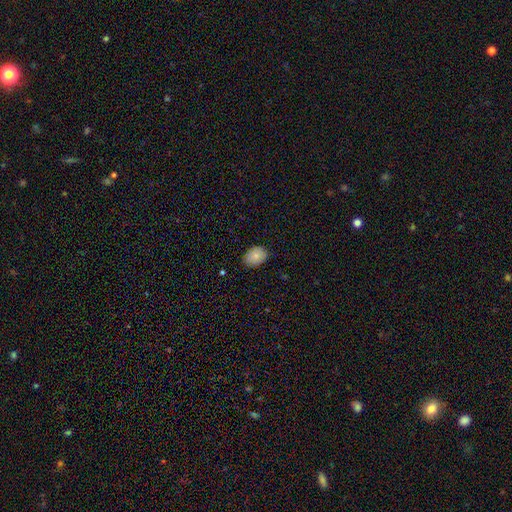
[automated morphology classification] The model was most divided on "how rounded": in between: 70%, round: 29%, cigar-shaped: 1%. More confident: merging — none (81%); smooth or featured — smooth (80%).